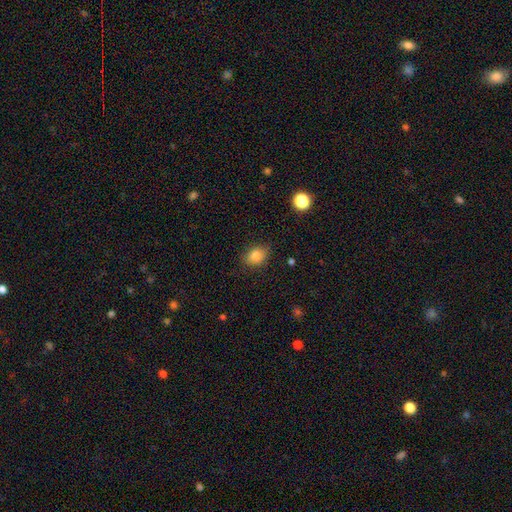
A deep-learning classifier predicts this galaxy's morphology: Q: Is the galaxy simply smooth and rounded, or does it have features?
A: smooth — 84%.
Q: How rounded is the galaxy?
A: in between — 62%.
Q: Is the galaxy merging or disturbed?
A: none — 80%.